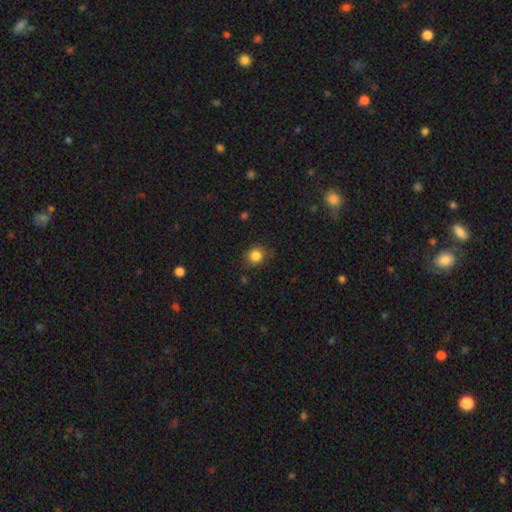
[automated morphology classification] A smooth galaxy with no disk features (84%) that is round (85%). Merging: none (84%).